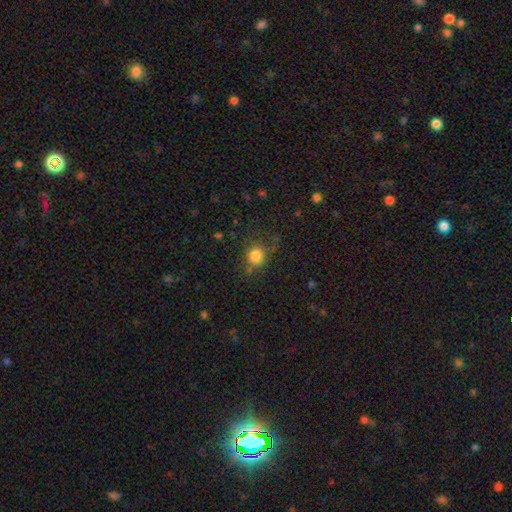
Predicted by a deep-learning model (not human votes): Q: Smooth or featured?
A: smooth (82%); runner-up: star or artifact (11%)
Q: How rounded?
A: round (79%); runner-up: in between (20%)
Q: Merging?
A: none (72%); runner-up: minor disturbance (17%)